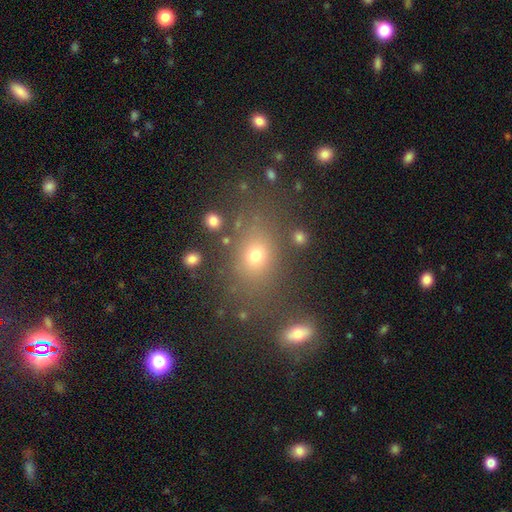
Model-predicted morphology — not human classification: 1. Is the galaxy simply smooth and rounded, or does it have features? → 69% smooth, 19% star or artifact, 12% featured or disk.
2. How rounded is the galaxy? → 59% in between, 39% round, 2% cigar-shaped.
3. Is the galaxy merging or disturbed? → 74% none, 12% minor disturbance, 8% merger, 6% major disturbance.